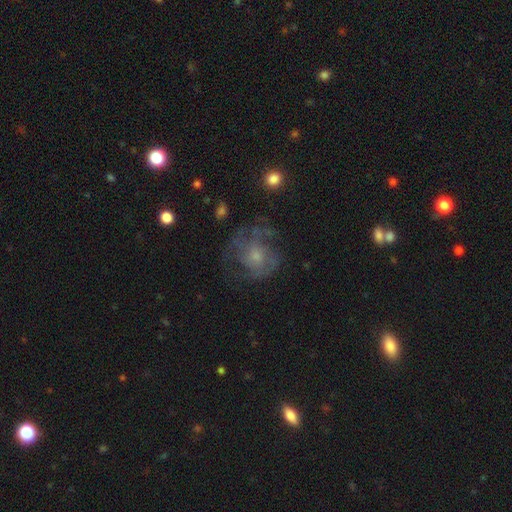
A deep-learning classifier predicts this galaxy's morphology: smooth-or-featured: featured or disk: 60% | smooth: 27% | star or artifact: 13%
  disk-edge-on: no: 97% | yes: 3%
    bar: no: 81% | weak: 17% | strong: 2%
    has-spiral-arms: yes: 69% | no: 31%
    bulge-size: small: 53% | moderate: 34% | none: 8% | large: 3% | dominant: 1%
  merging: none: 60% | major disturbance: 19% | minor disturbance: 19% | merger: 2%